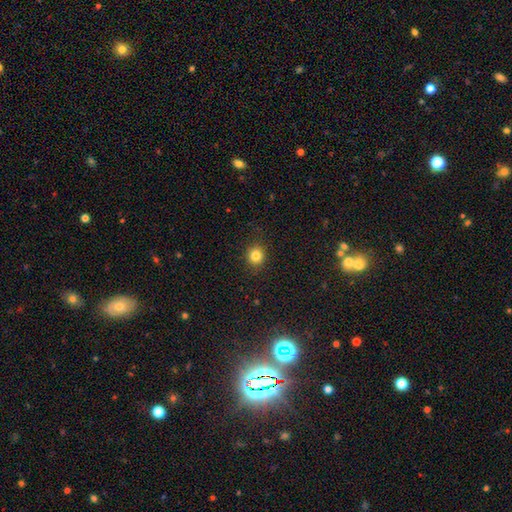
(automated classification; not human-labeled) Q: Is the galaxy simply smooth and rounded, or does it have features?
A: smooth — 83%.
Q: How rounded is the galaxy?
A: round — 89%.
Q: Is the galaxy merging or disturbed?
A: none — 90%.